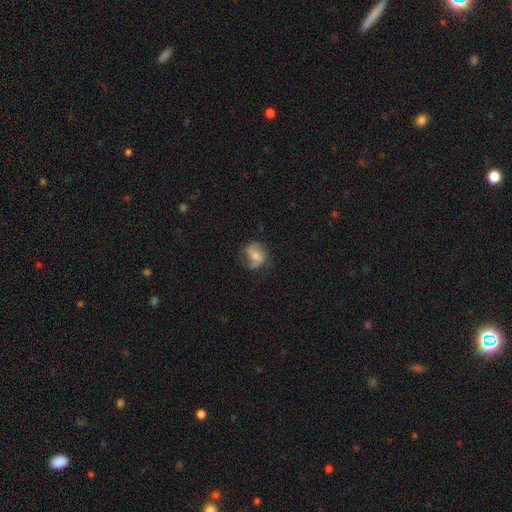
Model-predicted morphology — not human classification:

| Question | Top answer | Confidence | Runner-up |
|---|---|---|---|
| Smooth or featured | featured or disk | 49% | smooth (42%) |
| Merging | none | 51% | minor disturbance (26%) |